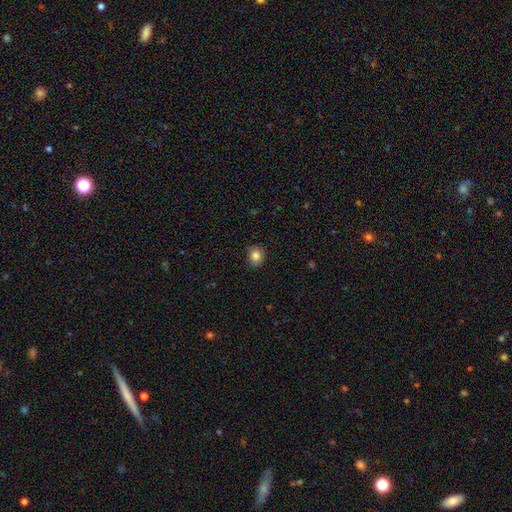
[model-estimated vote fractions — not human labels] Smooth or featured: smooth — 85% (star or artifact — 10%)
How rounded: round — 75% (in between — 24%)
Merging: none — 87% (minor disturbance — 10%)